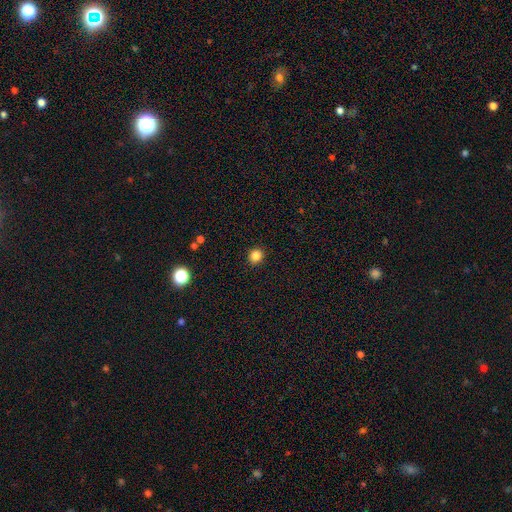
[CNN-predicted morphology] This is clearly a smooth galaxy (84%). How rounded: clearly round (85%). Merging: clearly none (92%).